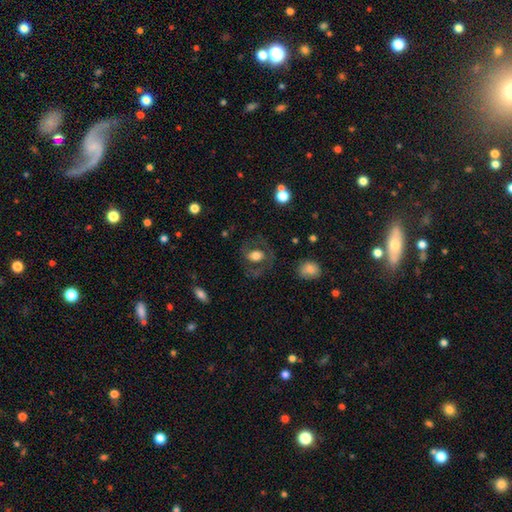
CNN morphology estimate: Q: Smooth or featured?
A: smooth (53%); runner-up: featured or disk (39%)
Q: How rounded?
A: in between (50%); runner-up: round (48%)
Q: Merging?
A: none (70%); runner-up: minor disturbance (14%)